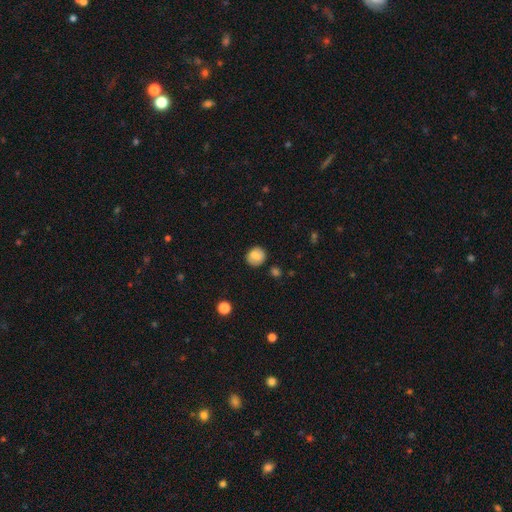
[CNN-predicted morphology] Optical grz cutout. It shows a smooth galaxy with no disk features (74%) that is round (83%). Merging: none (78%).